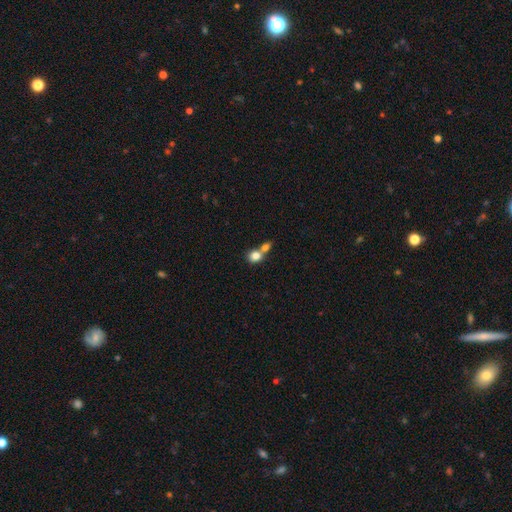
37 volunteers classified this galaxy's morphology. smooth 84%, featured or disk 11%, star or artifact 5%. Down the decision tree: how rounded — in between (55%); merging — none (51%).